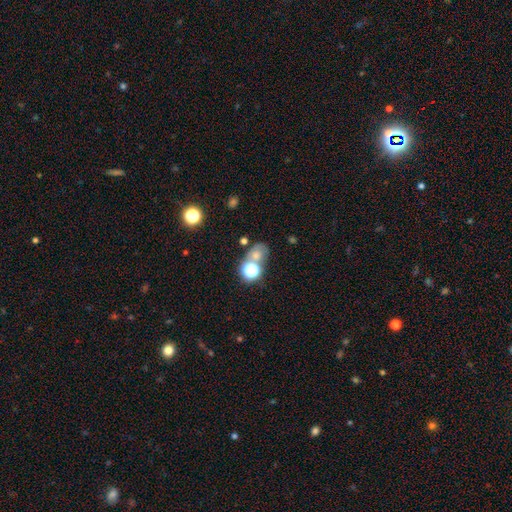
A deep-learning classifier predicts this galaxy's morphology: smooth_or_featured: smooth (p=0.59) [alt: star or artifact p=0.25]
how_rounded: round (p=0.53) [alt: in between p=0.45]
merging: none (p=0.44) [alt: merger p=0.34]